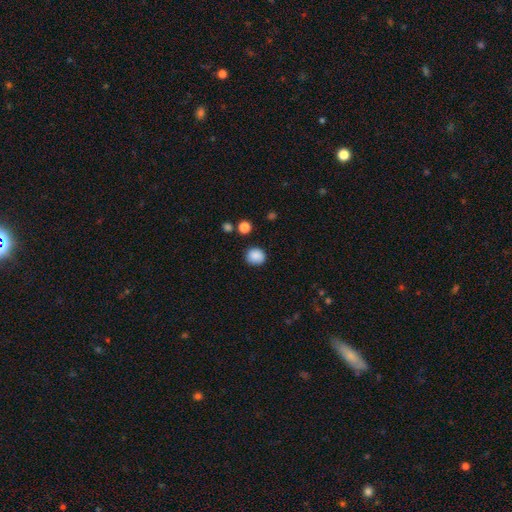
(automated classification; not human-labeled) This appears to be a smooth galaxy with no disk features (87%) that is round (82%). Merging: none (86%).